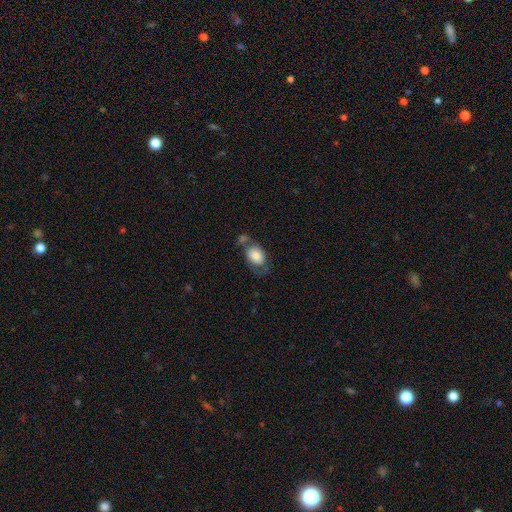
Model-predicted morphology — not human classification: Smooth or featured? smooth (70%)
How rounded? in between (78%)
Merging? none (36%)